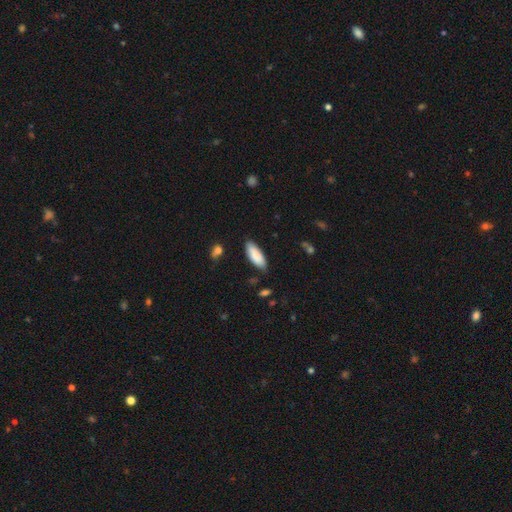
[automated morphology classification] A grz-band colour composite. It shows a smooth galaxy with no disk features (87%) that is in between round and cigar-shaped (75%). Merging: none (82%).